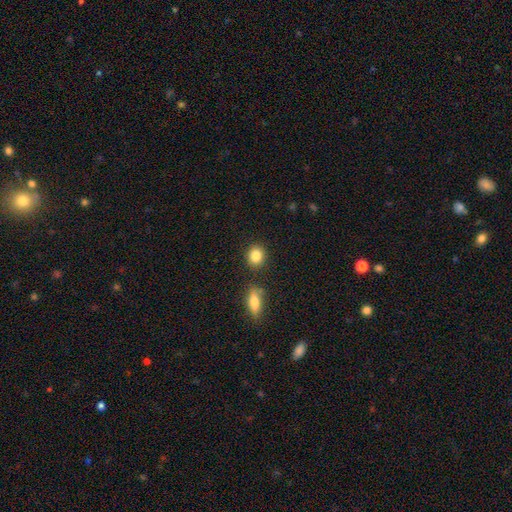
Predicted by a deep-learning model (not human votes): Morphology: type=smooth (85%); roundness=round (71%); merging=none (84%).